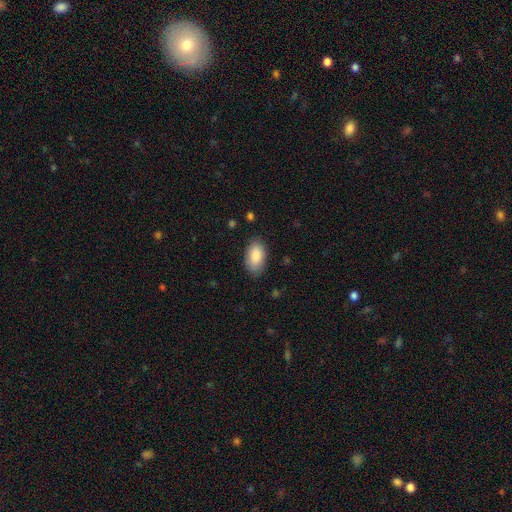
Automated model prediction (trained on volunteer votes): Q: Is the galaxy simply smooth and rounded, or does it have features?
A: smooth — 88%.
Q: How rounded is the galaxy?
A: in between — 95%.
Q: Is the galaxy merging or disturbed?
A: none — 84%.